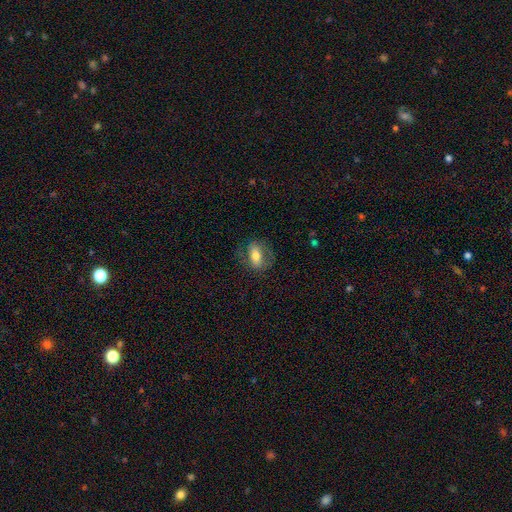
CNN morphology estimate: Smooth or featured?
  - smooth: 61% *
  - featured or disk: 31%
  - star or artifact: 7%
How rounded?
  - in between: 83% *
  - round: 13%
  - cigar-shaped: 4%
Merging?
  - none: 71% *
  - minor disturbance: 18%
  - major disturbance: 10%
  - merger: 1%